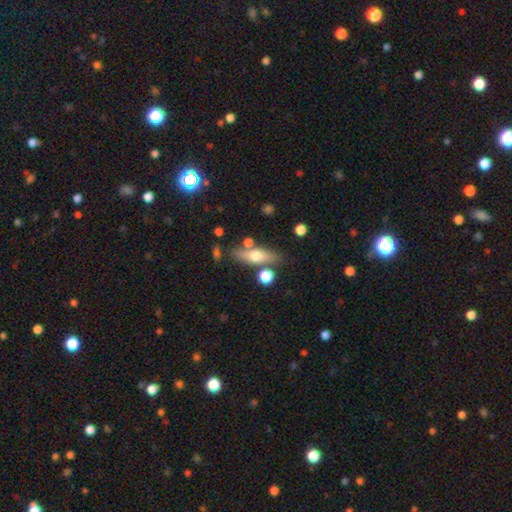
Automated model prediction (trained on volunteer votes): A smooth galaxy with no disk features (51%) that is cigar-shaped (55%). Merging: none (76%).